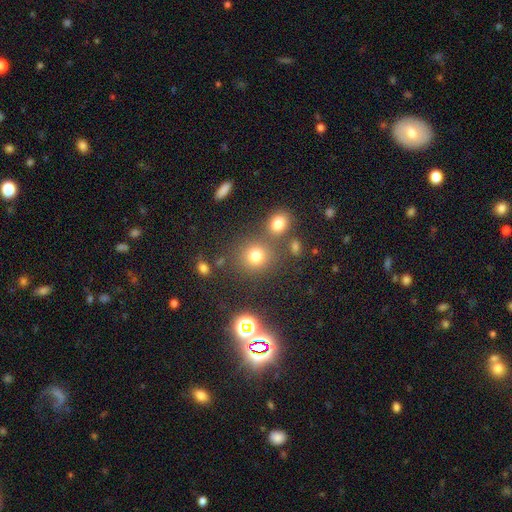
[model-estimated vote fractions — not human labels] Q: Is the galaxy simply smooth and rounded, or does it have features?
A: smooth — 73%.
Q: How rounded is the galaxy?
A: round — 86%.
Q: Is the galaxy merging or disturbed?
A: none — 70%.